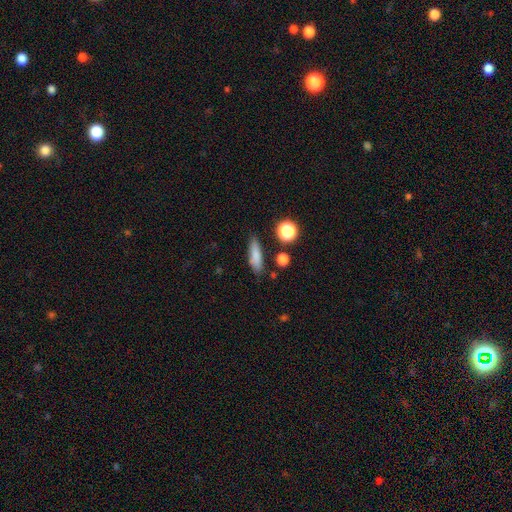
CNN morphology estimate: Smooth or featured?
  - smooth: 80% *
  - featured or disk: 10%
  - star or artifact: 10%
How rounded?
  - cigar-shaped: 60% *
  - in between: 35%
  - round: 5%
Merging?
  - none: 80% *
  - minor disturbance: 13%
  - merger: 4%
  - major disturbance: 3%